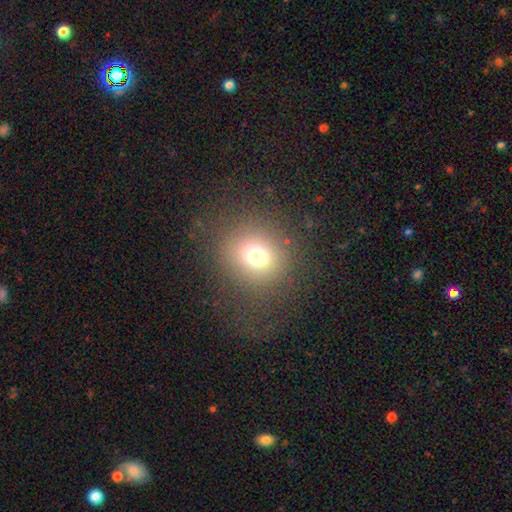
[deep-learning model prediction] Overall: smooth (71%). How rounded: round (83%). Merging: none (83%).